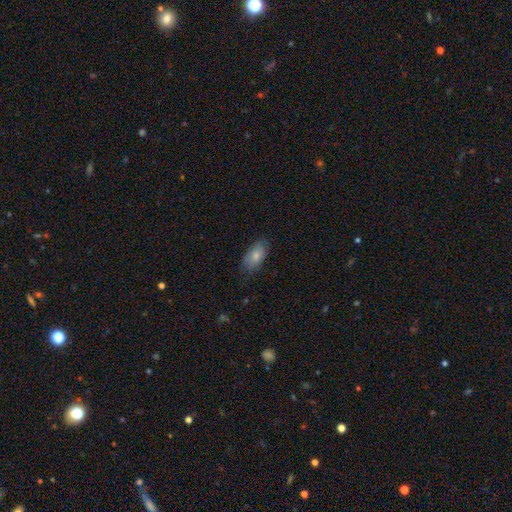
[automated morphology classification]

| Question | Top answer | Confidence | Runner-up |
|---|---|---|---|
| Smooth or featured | smooth | 79% | featured or disk (14%) |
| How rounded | in between | 91% | cigar-shaped (5%) |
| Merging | none | 75% | minor disturbance (20%) |